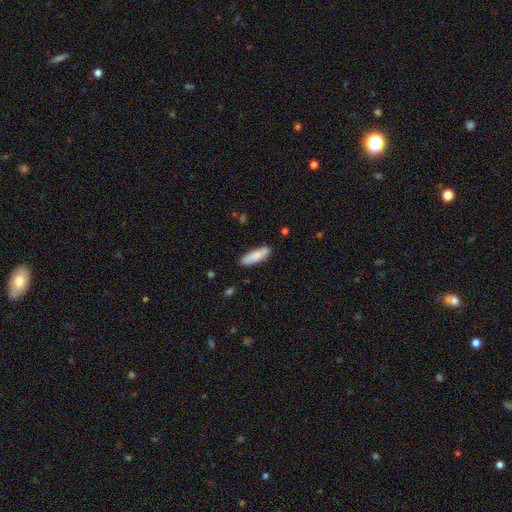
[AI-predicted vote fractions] smooth 85%, featured or disk 9%, star or artifact 6%. Down the decision tree: how rounded — cigar-shaped (52%); merging — none (85%).